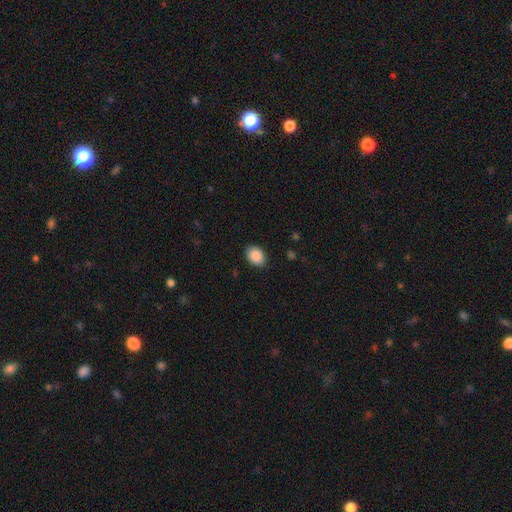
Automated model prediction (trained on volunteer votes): smooth_or_featured: smooth (p=0.89) [alt: star or artifact p=0.08]
how_rounded: in between (p=0.67) [alt: round p=0.32]
merging: none (p=0.87) [alt: minor disturbance p=0.10]